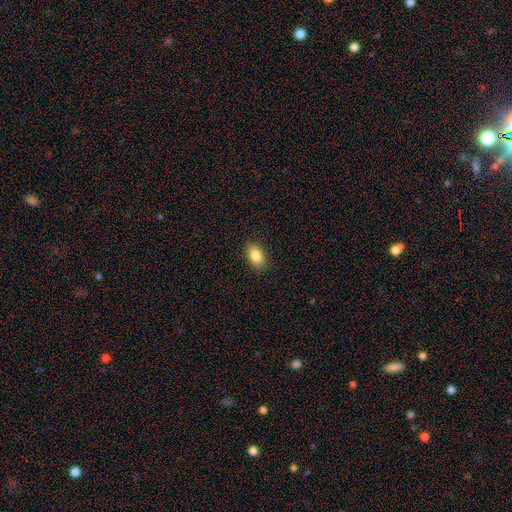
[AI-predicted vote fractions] smooth-or-featured: smooth: 85% | star or artifact: 8% | featured or disk: 7%
  how-rounded: in between: 88% | round: 11% | cigar-shaped: 2%
  merging: none: 88% | minor disturbance: 9% | major disturbance: 2% | merger: 1%